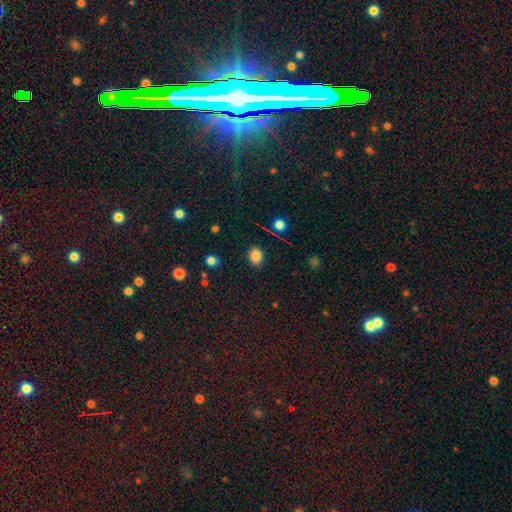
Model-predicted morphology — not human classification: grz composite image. It shows a smooth galaxy with no disk features (82%) that is in between round and cigar-shaped (55%). Merging: none (87%).